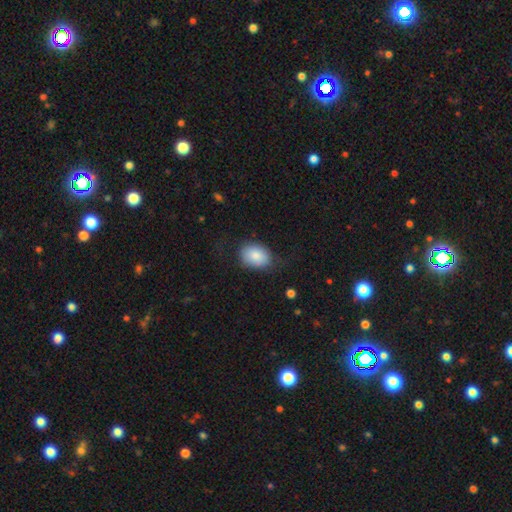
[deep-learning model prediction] A smooth galaxy with no disk features (83%) that is in between round and cigar-shaped (71%). Merging: none (65%).